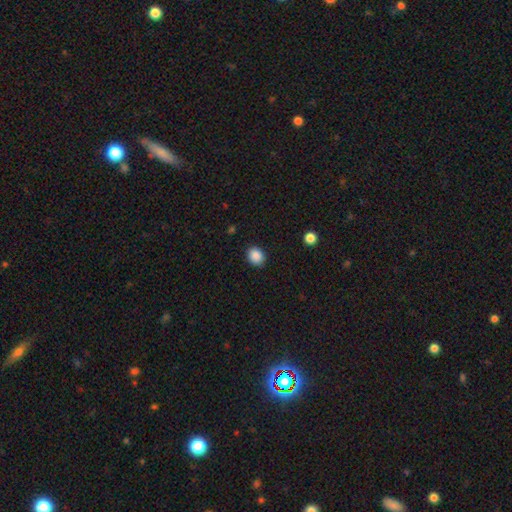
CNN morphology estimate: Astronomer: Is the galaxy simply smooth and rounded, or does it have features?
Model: smooth — 88%.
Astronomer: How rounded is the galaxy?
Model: round — 58% (runner-up: in between, 41%).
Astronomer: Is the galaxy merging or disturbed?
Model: none — 90%.